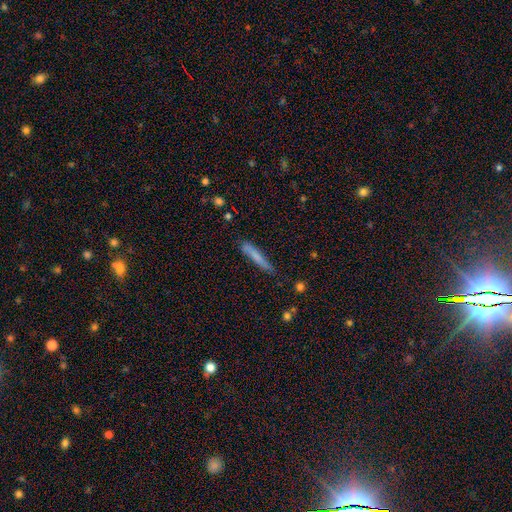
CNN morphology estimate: Smooth or featured: smooth — 72% (featured or disk — 21%)
How rounded: cigar-shaped — 93% (in between — 5%)
Merging: none — 76% (minor disturbance — 18%)